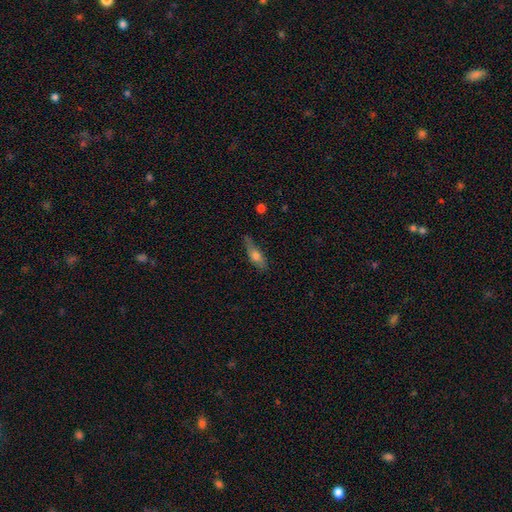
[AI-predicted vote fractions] Overall: smooth (63%; featured or disk 30%). How rounded: cigar-shaped (52%; in between 45%). Merging: none (67%).